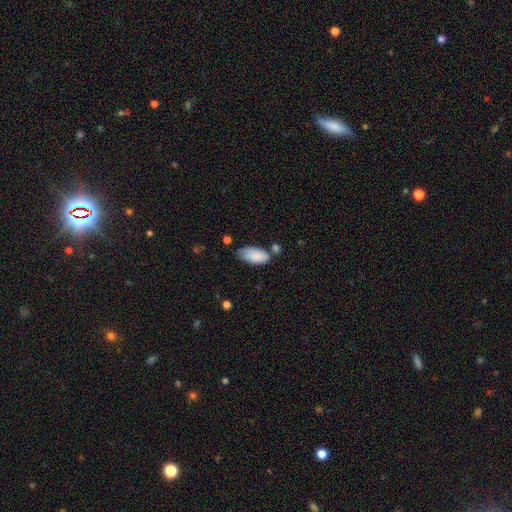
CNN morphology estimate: This is clearly a smooth galaxy (86%). How rounded: clearly in between (92%). Merging: possibly none (54%).